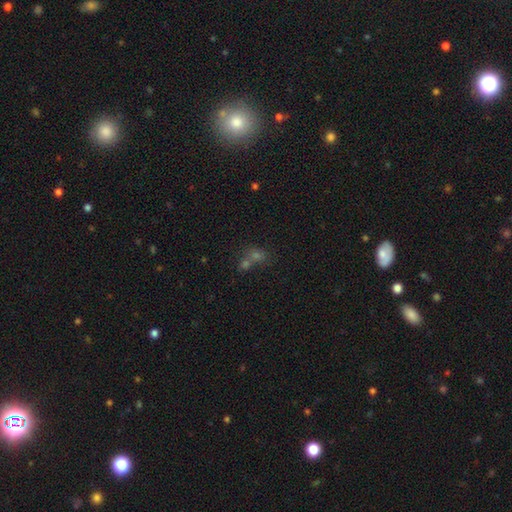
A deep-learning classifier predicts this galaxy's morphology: Smooth or featured? smooth (52%)
How rounded? round (56%)
Merging? merger (45%)